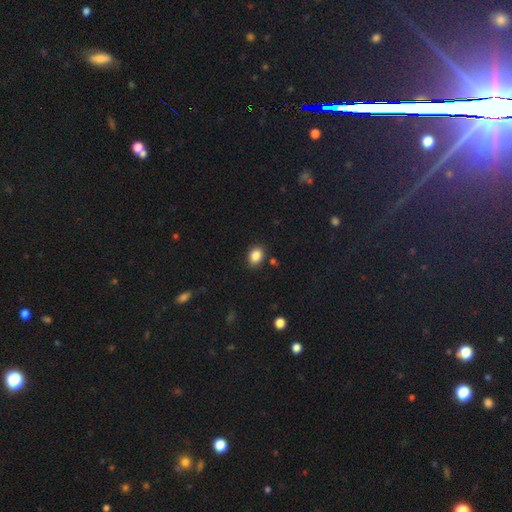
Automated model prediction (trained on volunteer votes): A smooth galaxy with no disk features (86%) that is in between round and cigar-shaped (54%). Merging: none (87%).